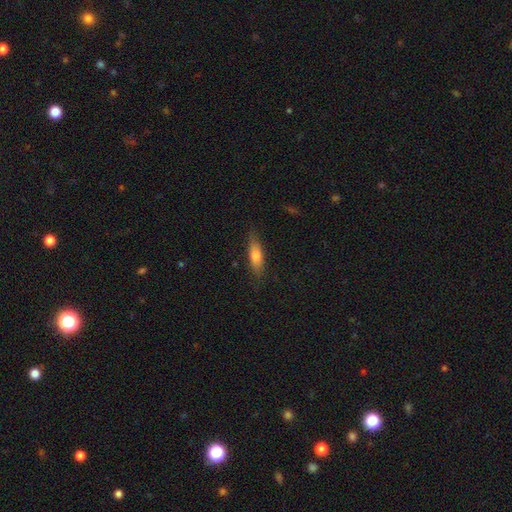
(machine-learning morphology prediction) A smooth galaxy with no disk features (71%) that is cigar-shaped (51%).

Vote fractions:
- Smooth or featured? smooth: 71% / featured or disk: 22% / star or artifact: 7%
- How rounded? cigar-shaped: 51% / in between: 47% / round: 2%
- Merging? none: 78% / minor disturbance: 17% / major disturbance: 4% / merger: 1%